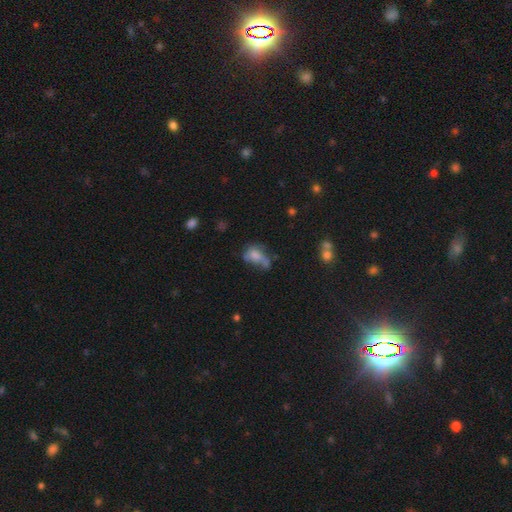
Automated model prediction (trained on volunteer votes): Morphology: type=smooth (58%); roundness=in between (78%); merging=major disturbance (37%).